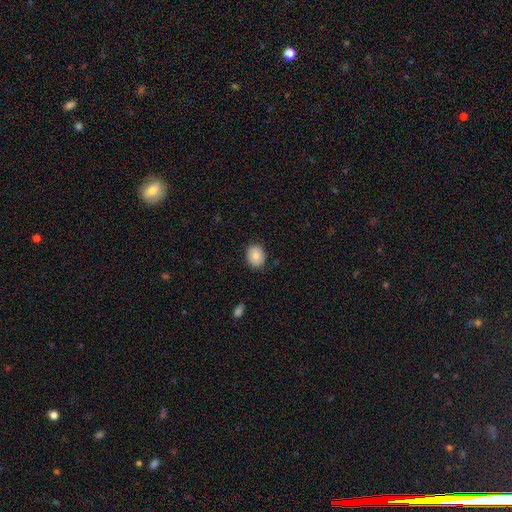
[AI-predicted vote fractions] A smooth galaxy with no disk features (81%) that is round (53%).

Vote fractions:
- Smooth or featured? smooth: 81% / featured or disk: 11% / star or artifact: 8%
- How rounded? round: 53% / in between: 46% / cigar-shaped: 1%
- Merging? none: 86% / minor disturbance: 11% / major disturbance: 2% / merger: 1%